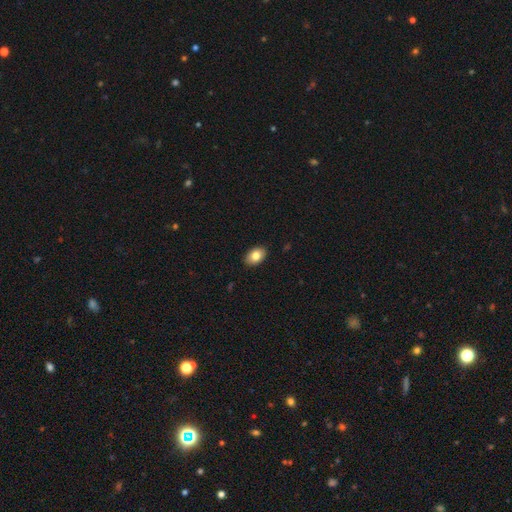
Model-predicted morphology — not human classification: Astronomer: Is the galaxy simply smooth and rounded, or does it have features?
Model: smooth — 82%.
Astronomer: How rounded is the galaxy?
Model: in between — 87%.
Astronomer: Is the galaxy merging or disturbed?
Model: none — 89%.